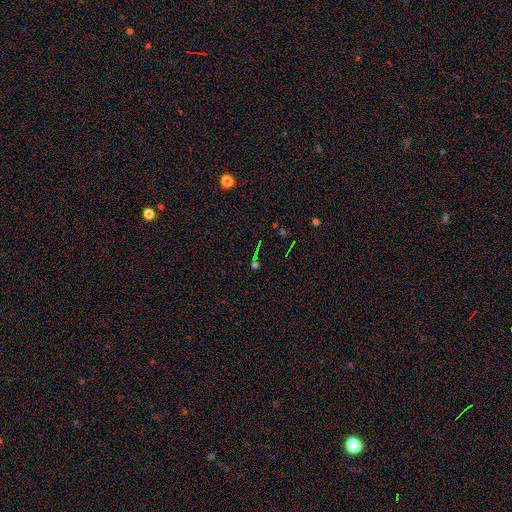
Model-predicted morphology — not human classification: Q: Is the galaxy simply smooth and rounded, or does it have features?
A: star or artifact — 69%.